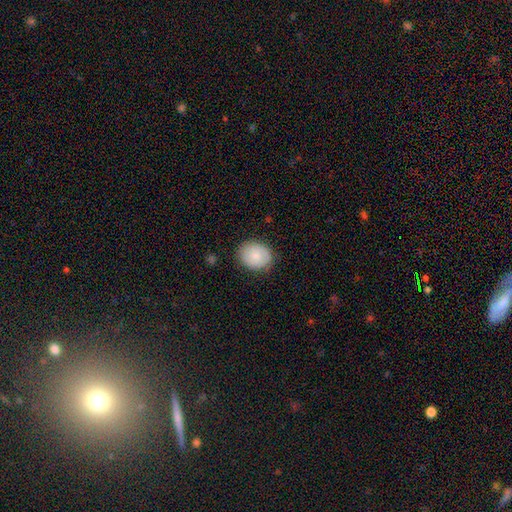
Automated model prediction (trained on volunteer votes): Smooth or featured: smooth — 82% (featured or disk — 12%)
How rounded: in between — 50% (round — 49%)
Merging: none — 84% (minor disturbance — 12%)